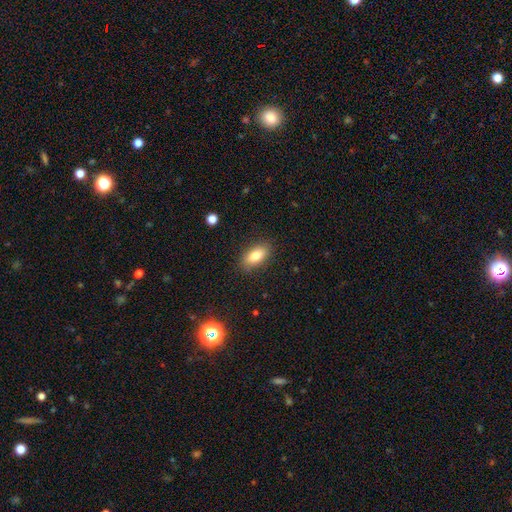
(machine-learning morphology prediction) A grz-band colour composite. It shows a smooth galaxy with no disk features (81%) that is in between round and cigar-shaped (88%). Merging: none (86%).